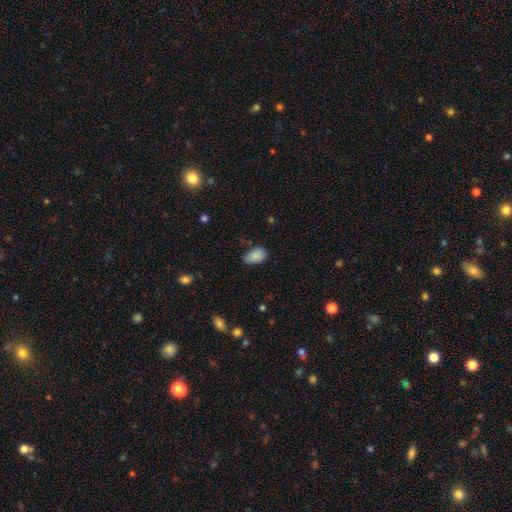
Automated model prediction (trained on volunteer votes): smooth_or_featured: smooth (p=0.86) [alt: star or artifact p=0.08]
how_rounded: in between (p=0.92) [alt: round p=0.07]
merging: none (p=0.67) [alt: minor disturbance p=0.27]